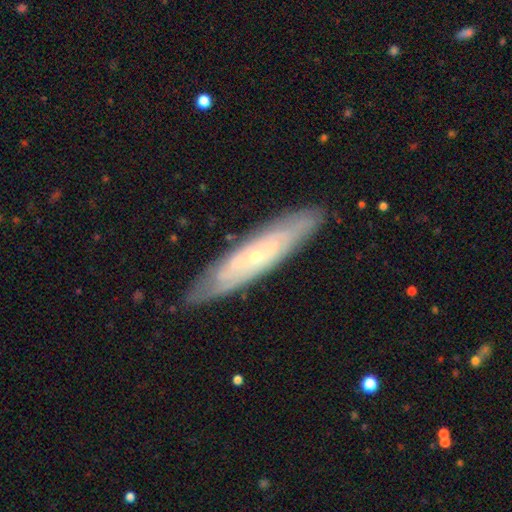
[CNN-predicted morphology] This appears to be a featured or disk galaxy (73%). Merging: none (83%).